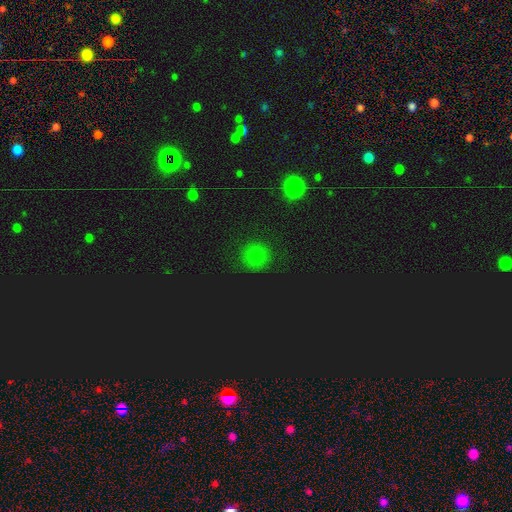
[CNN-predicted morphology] A smooth galaxy with no disk features (69%) that is round (93%). Merging: none (89%).